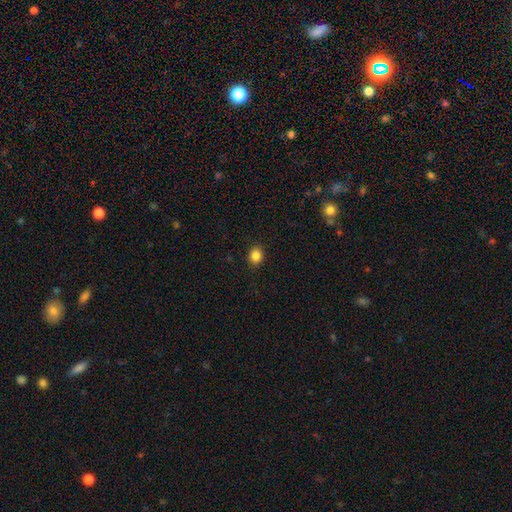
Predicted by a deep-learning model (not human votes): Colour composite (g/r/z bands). It shows a smooth galaxy with no disk features (86%) that is round (63%). Merging: none (90%).